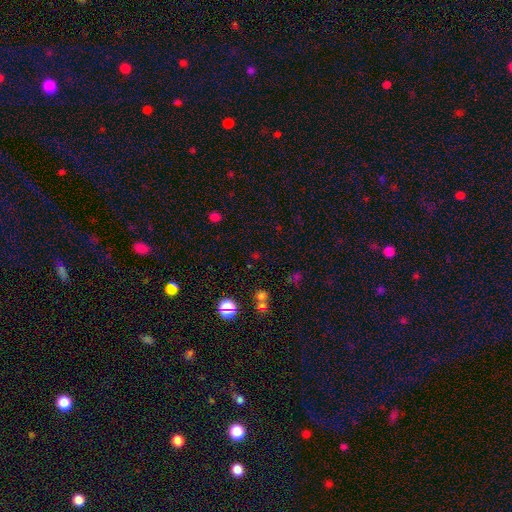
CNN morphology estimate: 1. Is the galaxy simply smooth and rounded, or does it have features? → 54% star or artifact, 37% smooth, 8% featured or disk.